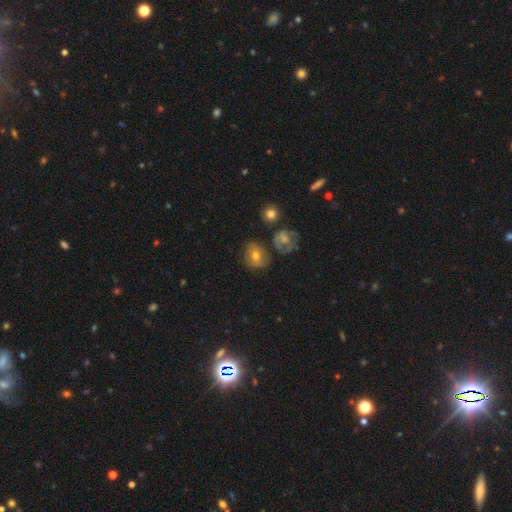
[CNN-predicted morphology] Smooth or featured? Predicted: smooth (p=0.58). How rounded? Predicted: round (p=0.63). Merging? Predicted: none (p=0.63).